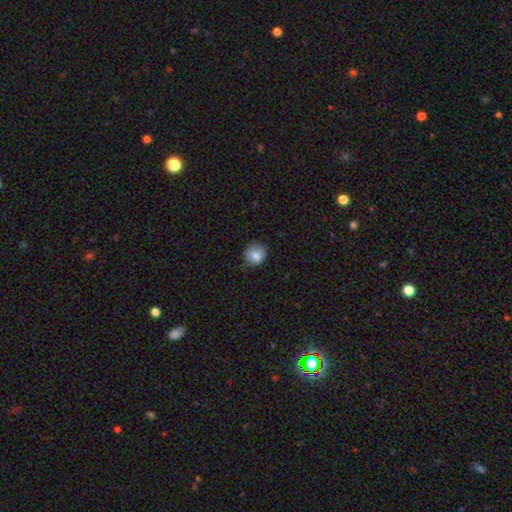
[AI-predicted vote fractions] Smooth or featured? Predicted: smooth (p=0.81). How rounded? Predicted: round (p=0.84). Merging? Predicted: none (p=0.69).